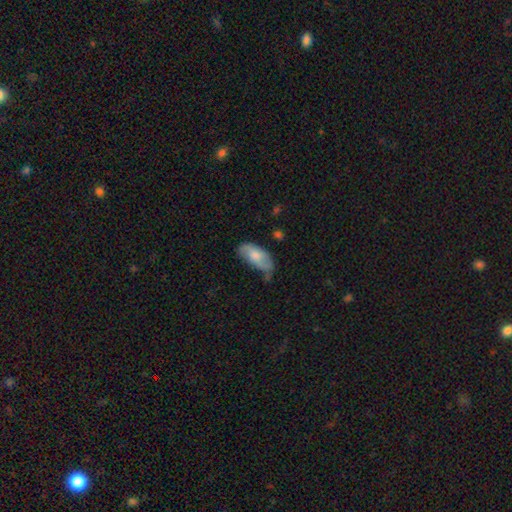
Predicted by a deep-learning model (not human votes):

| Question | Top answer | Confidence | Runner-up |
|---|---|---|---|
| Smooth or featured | smooth | 62% | featured or disk (31%) |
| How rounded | in between | 89% | cigar-shaped (8%) |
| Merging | none | 47% | minor disturbance (37%) |